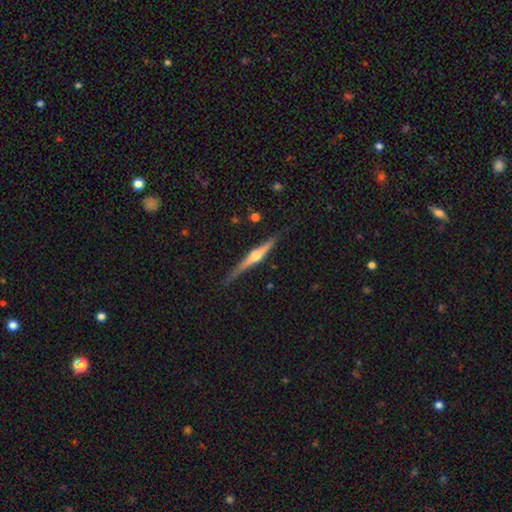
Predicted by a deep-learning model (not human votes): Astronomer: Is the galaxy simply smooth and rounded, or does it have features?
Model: featured or disk — 78%.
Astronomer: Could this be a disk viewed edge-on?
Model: yes — 98%.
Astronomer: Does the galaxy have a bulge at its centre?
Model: rounded — 93%.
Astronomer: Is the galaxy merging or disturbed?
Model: none — 84%.